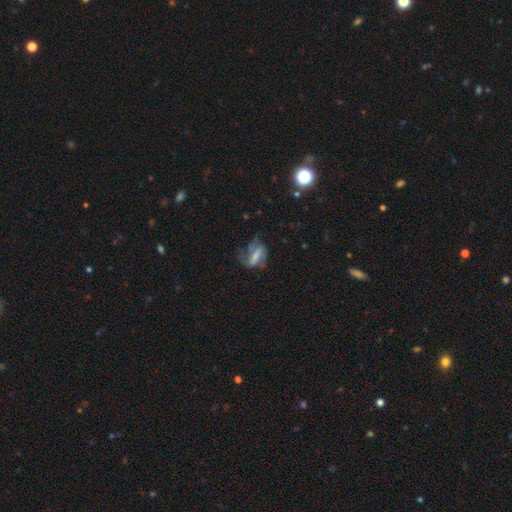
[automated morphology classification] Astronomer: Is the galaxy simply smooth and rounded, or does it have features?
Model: featured or disk — 59%.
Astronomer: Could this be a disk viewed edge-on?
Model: no — 93%.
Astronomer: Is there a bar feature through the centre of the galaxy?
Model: strong — 47% (runner-up: weak, 32%).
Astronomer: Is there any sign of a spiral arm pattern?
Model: yes — 68%.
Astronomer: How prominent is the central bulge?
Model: small — 38% (runner-up: moderate, 28%).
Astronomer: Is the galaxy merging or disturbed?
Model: none — 38% (runner-up: major disturbance, 34%).